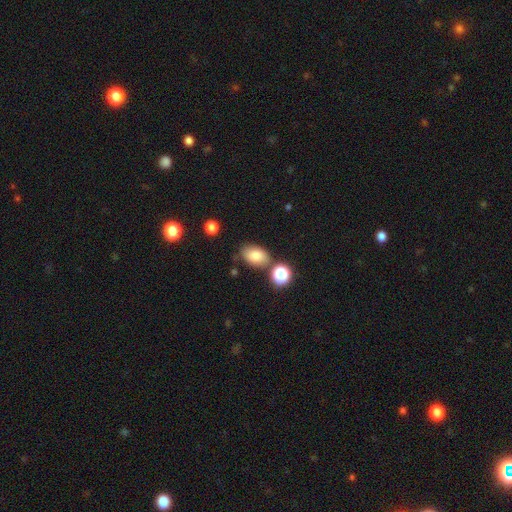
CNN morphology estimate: A smooth galaxy with no disk features (81%) that is in between round and cigar-shaped (86%). Merging: none (72%).